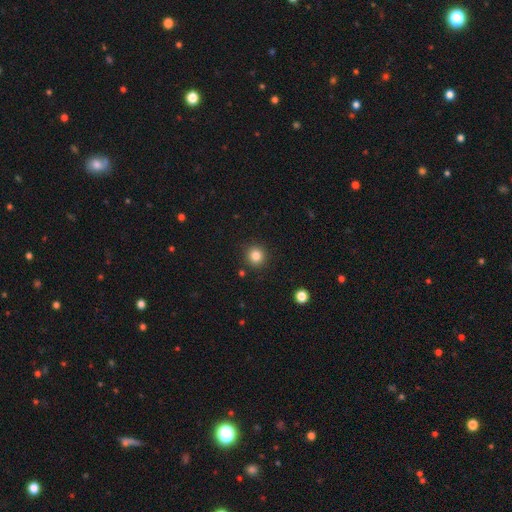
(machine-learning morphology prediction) This appears to be a smooth galaxy with no disk features (83%) that is round (93%). Merging: none (90%).